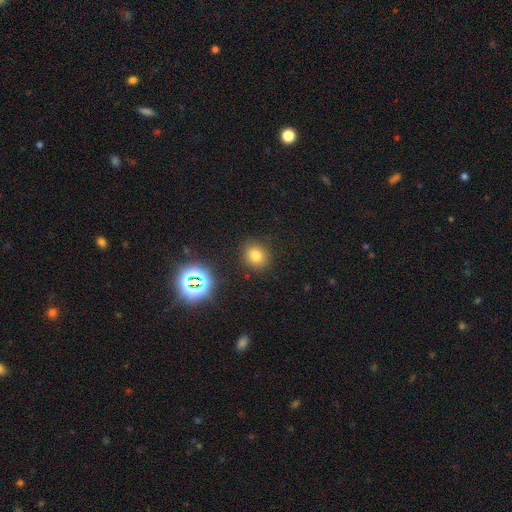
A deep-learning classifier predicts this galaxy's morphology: Smooth or featured? smooth (74%)
How rounded? round (76%)
Merging? none (86%)